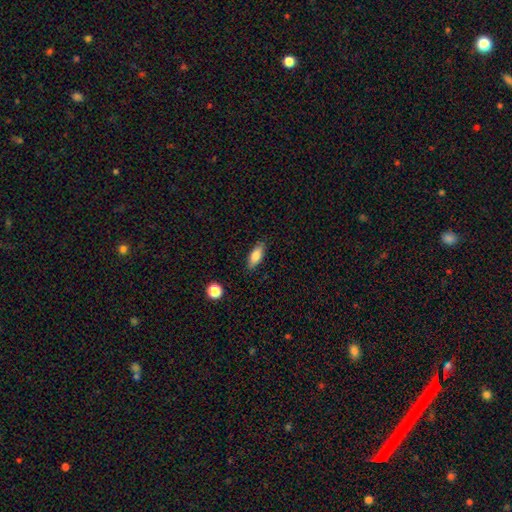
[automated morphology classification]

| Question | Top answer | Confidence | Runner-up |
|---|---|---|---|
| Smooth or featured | smooth | 79% | featured or disk (14%) |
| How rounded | in between | 74% | cigar-shaped (23%) |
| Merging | none | 86% | minor disturbance (11%) |